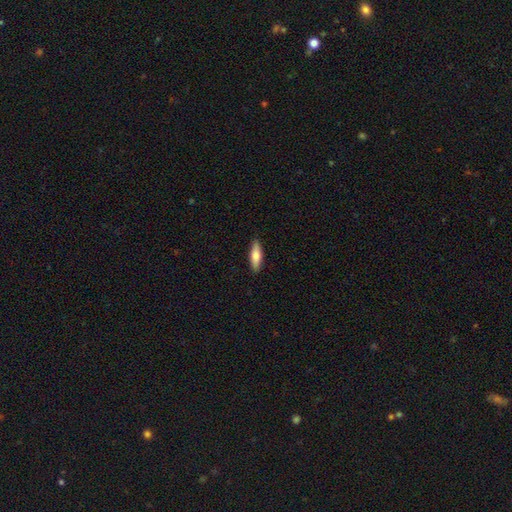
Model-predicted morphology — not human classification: The model was most divided on "how rounded": cigar-shaped: 52%, in between: 46%, round: 2%. More confident: merging — none (90%); smooth or featured — smooth (73%).